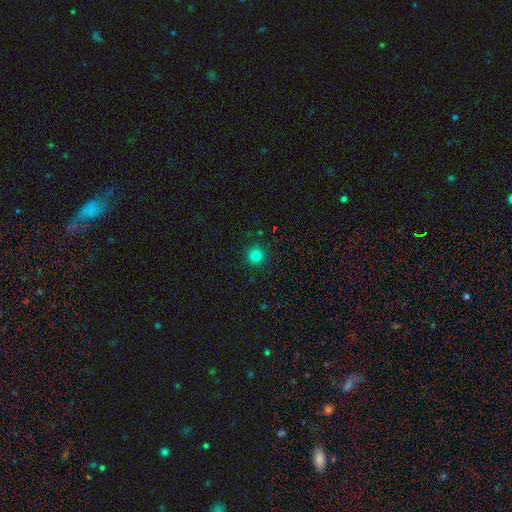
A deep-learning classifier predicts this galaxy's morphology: A smooth galaxy with no disk features (82%) that is round (95%). Merging: none (91%).